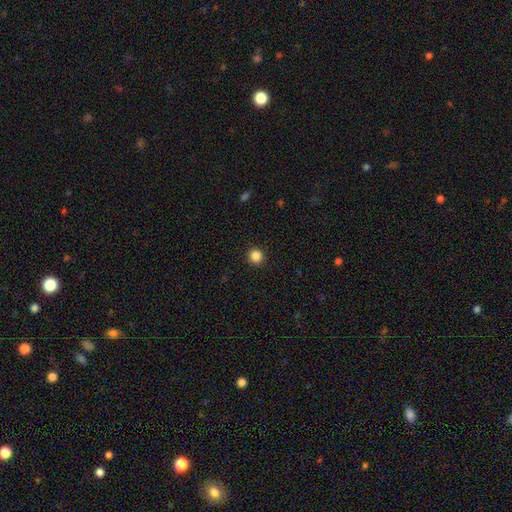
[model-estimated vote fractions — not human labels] smooth-or-featured: smooth: 86% | star or artifact: 11% | featured or disk: 3%
  how-rounded: round: 93% | in between: 6% | cigar-shaped: 1%
  merging: none: 93% | minor disturbance: 5% | major disturbance: 2% | merger: 1%